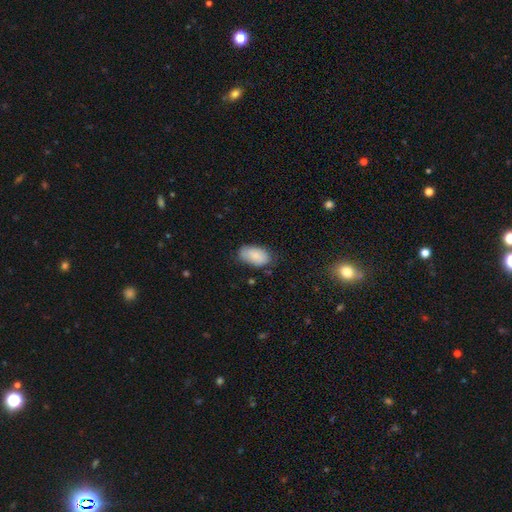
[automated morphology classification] Q: Smooth or featured?
A: smooth (83%); runner-up: featured or disk (10%)
Q: How rounded?
A: in between (94%); runner-up: round (4%)
Q: Merging?
A: none (69%); runner-up: minor disturbance (24%)